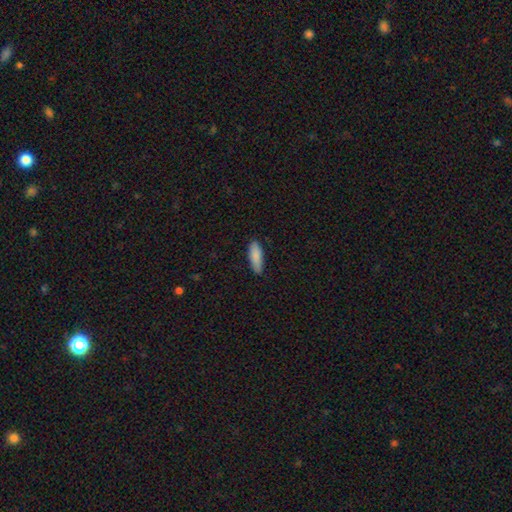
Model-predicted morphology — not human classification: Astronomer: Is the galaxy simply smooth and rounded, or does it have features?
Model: smooth — 88%.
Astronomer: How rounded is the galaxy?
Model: in between — 56% (runner-up: cigar-shaped, 43%).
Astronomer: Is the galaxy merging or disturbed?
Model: none — 83%.